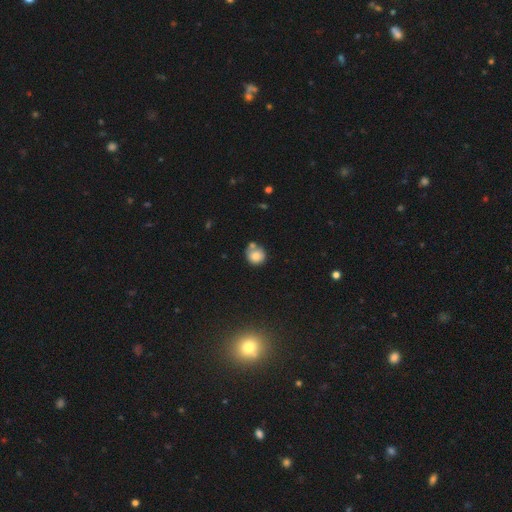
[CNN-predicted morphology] Smooth or featured? Predicted: smooth (p=0.79). How rounded? Predicted: round (p=0.87). Merging? Predicted: none (p=0.51).